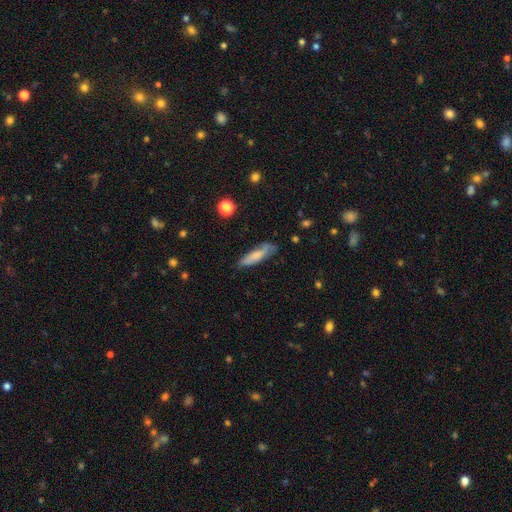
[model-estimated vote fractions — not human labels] smooth 70%, featured or disk 23%, star or artifact 7%. Down the decision tree: how rounded — cigar-shaped (65%); merging — none (67%).